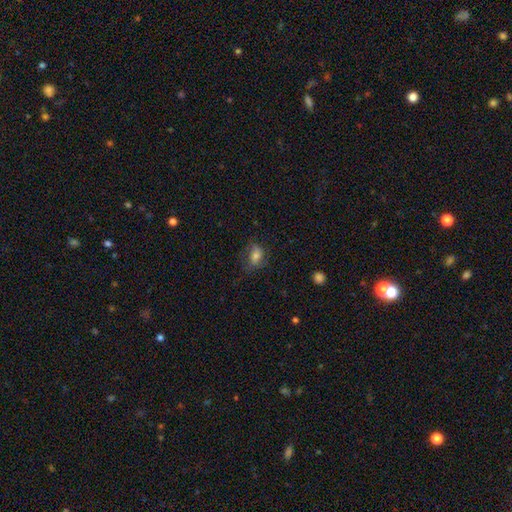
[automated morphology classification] Smooth or featured: smooth — 67% (featured or disk — 23%)
How rounded: in between — 71% (round — 27%)
Merging: none — 61% (minor disturbance — 24%)